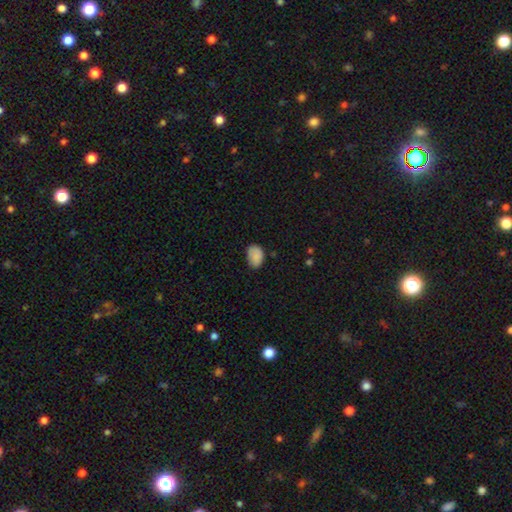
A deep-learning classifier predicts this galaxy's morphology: Smooth or featured? smooth (87%)
How rounded? in between (85%)
Merging? none (71%)